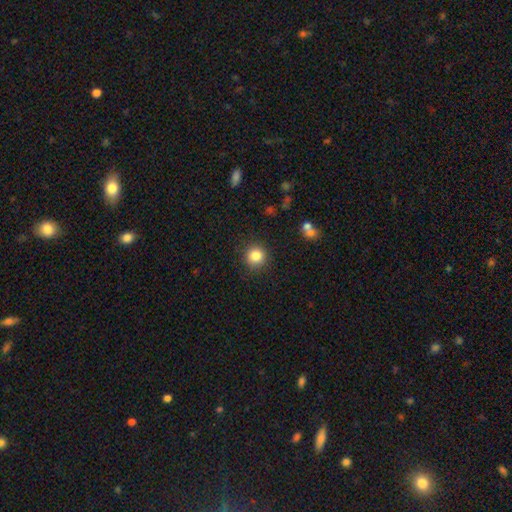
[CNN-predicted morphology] Smooth or featured?
  - smooth: 84% *
  - star or artifact: 11%
  - featured or disk: 5%
How rounded?
  - round: 93% *
  - in between: 6%
  - cigar-shaped: 1%
Merging?
  - none: 90% *
  - minor disturbance: 6%
  - major disturbance: 2%
  - merger: 1%